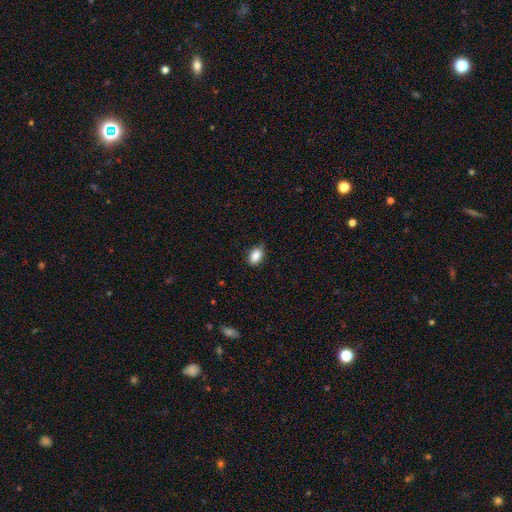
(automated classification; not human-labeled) This appears to be a smooth galaxy with no disk features (87%) that is in between round and cigar-shaped (87%). Merging: none (77%).